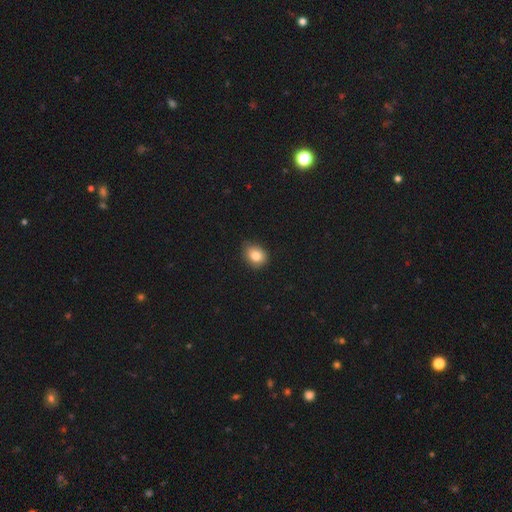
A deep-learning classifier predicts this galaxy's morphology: The model was most divided on "how rounded": in between: 53%, round: 46%, cigar-shaped: 1%. More confident: smooth or featured — smooth (83%); merging — none (77%).